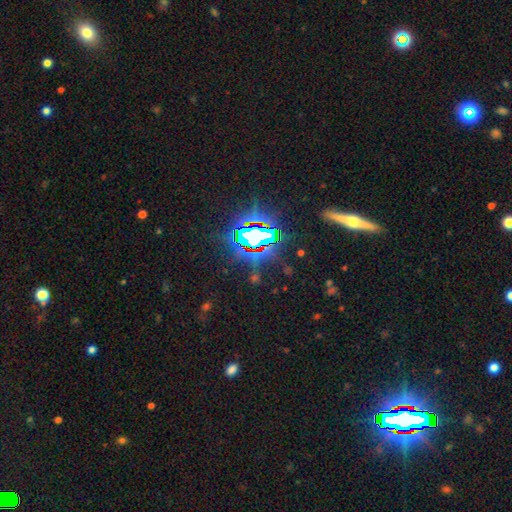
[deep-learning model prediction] Smooth or featured? star or artifact (75%)